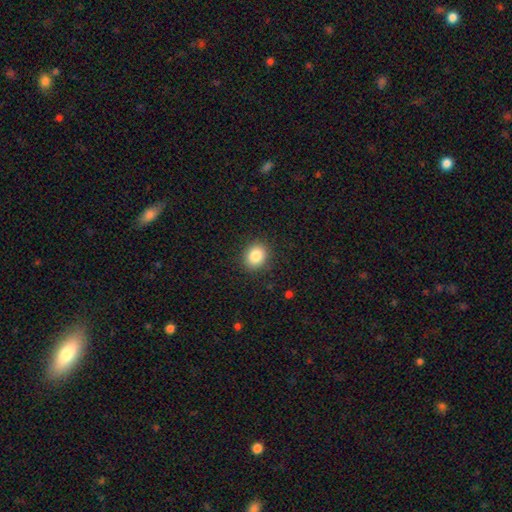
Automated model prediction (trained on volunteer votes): smooth_or_featured: smooth (p=0.85) [alt: star or artifact p=0.09]
how_rounded: round (p=0.62) [alt: in between p=0.37]
merging: none (p=0.89) [alt: minor disturbance p=0.08]